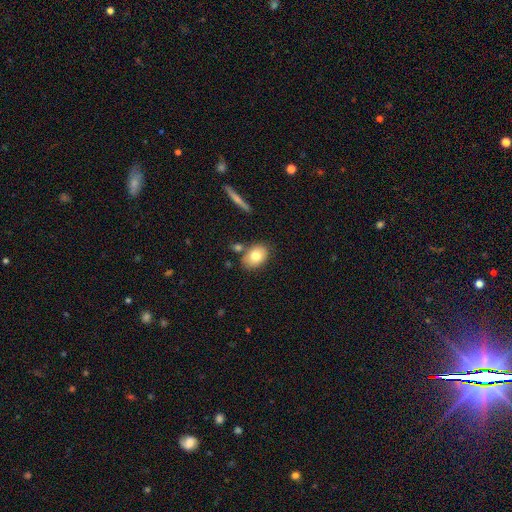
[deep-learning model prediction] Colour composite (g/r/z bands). It shows a smooth galaxy with no disk features (76%) that is in between round and cigar-shaped (76%). Merging: none (74%).